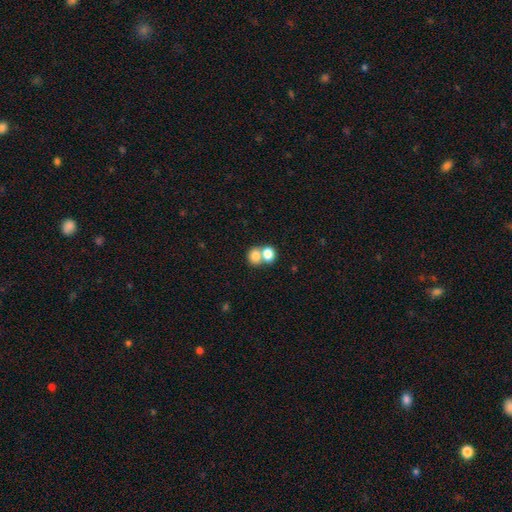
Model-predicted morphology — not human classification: This appears to be a smooth galaxy with no disk features (78%) that is round (63%). Merging: merger (61%).